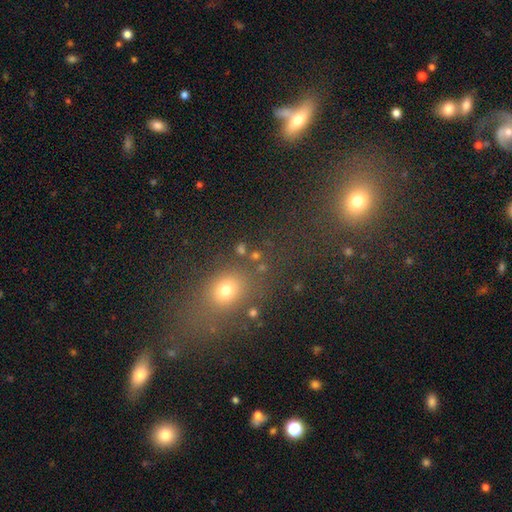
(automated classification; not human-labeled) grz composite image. It shows a smooth galaxy with no disk features (61%) that is round (57%). Merging: none (69%).